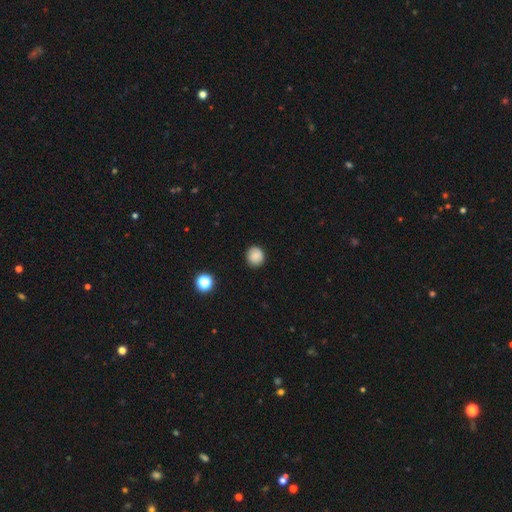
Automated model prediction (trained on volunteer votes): Smooth or featured: smooth — 85% (star or artifact — 10%)
How rounded: round — 88% (in between — 11%)
Merging: none — 88% (minor disturbance — 9%)